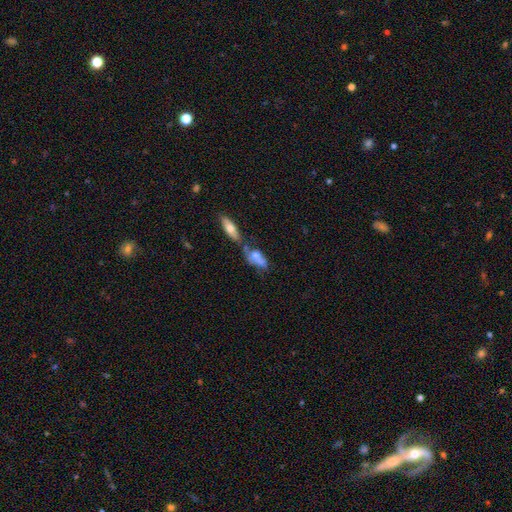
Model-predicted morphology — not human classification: This is likely a smooth galaxy (62%). How rounded: likely in between (75%). Merging: possibly merger (48%).